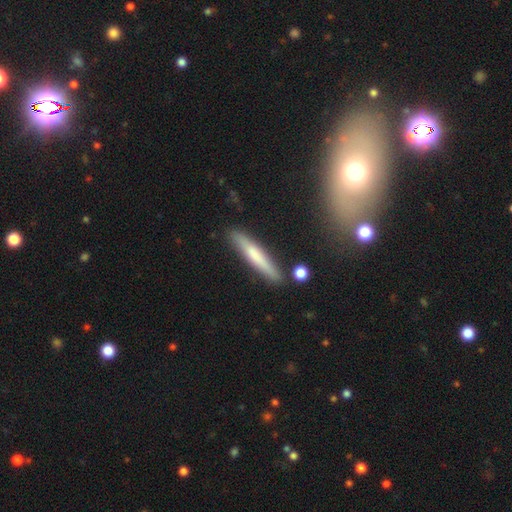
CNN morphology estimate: Q: Smooth or featured?
A: smooth (63%); runner-up: featured or disk (30%)
Q: How rounded?
A: cigar-shaped (93%); runner-up: in between (6%)
Q: Merging?
A: none (86%); runner-up: minor disturbance (9%)